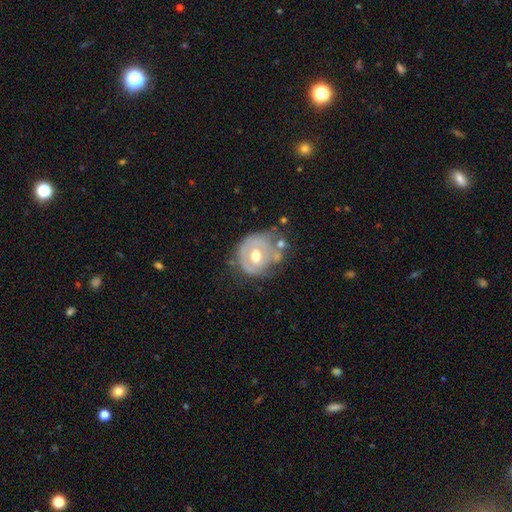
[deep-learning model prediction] Smooth or featured? Predicted: featured or disk (p=0.60). Edge-on disk? Predicted: no (p=0.96). Bar? Predicted: no (p=0.73). Spiral arms? Predicted: no (p=0.64). Bulge size? Predicted: moderate (p=0.78). Merging? Predicted: none (p=0.41).